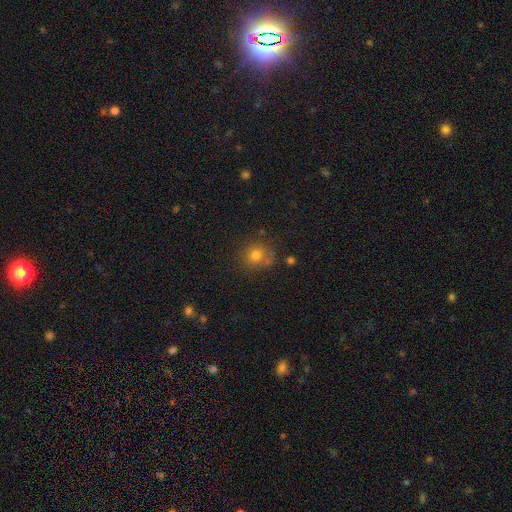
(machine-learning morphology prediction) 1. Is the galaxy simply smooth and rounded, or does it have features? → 76% smooth, 15% star or artifact, 9% featured or disk.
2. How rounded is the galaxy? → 86% round, 13% in between, 1% cigar-shaped.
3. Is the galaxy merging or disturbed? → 73% none, 13% minor disturbance, 9% merger, 4% major disturbance.